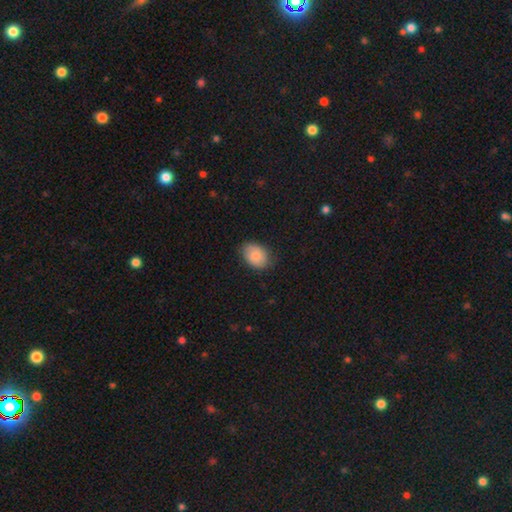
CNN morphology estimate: smooth_or_featured: smooth (p=0.84) [alt: featured or disk p=0.09]
how_rounded: in between (p=0.75) [alt: round p=0.24]
merging: none (p=0.81) [alt: minor disturbance p=0.15]